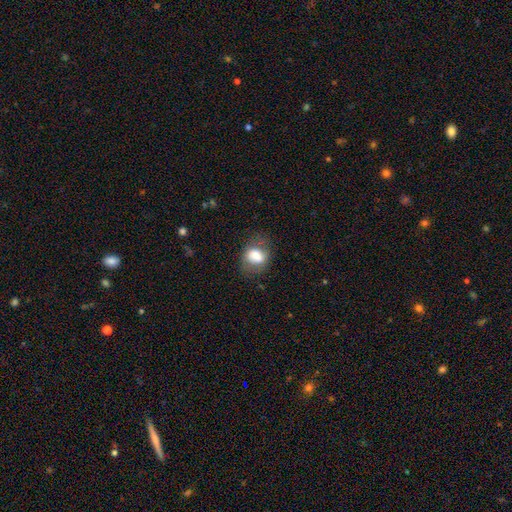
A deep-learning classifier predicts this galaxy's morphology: Smooth or featured?
  - smooth: 72% *
  - featured or disk: 20%
  - star or artifact: 9%
How rounded?
  - in between: 64% *
  - round: 34%
  - cigar-shaped: 2%
Merging?
  - none: 66% *
  - minor disturbance: 22%
  - major disturbance: 11%
  - merger: 2%